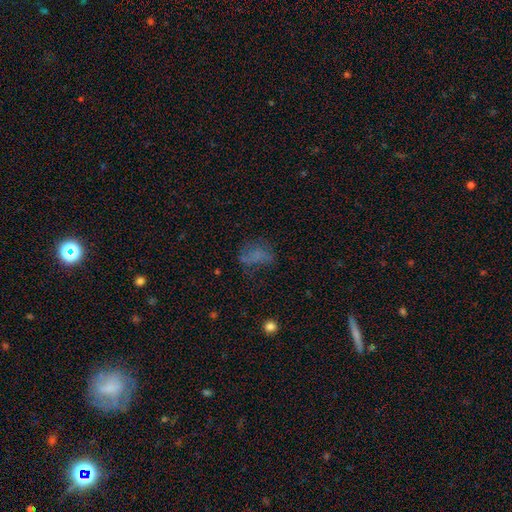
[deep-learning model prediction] The model was most divided on "merging": none: 43%, major disturbance: 29%, minor disturbance: 23%, merger: 5%. More confident: how rounded — in between (74%); smooth or featured — smooth (54%).